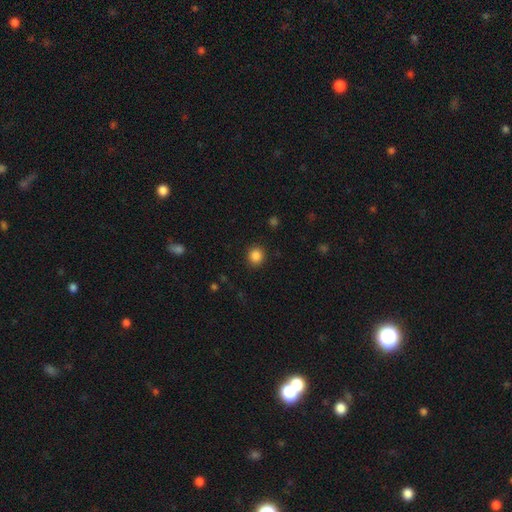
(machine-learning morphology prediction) This is clearly a smooth galaxy (87%). How rounded: clearly round (86%). Merging: clearly none (91%).